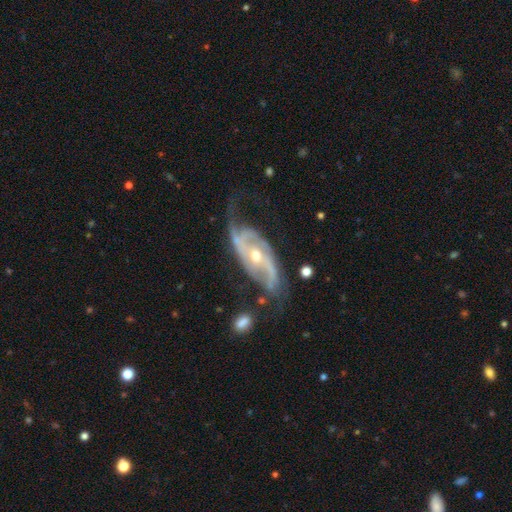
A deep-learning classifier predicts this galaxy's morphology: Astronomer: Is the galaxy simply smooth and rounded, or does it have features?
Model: featured or disk — 89%.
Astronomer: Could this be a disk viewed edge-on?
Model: no — 94%.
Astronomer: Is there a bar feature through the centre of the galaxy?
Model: no — 49% (runner-up: weak, 31%).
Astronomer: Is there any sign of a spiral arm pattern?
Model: yes — 96%.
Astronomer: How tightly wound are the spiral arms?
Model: medium — 44% (runner-up: loose, 31%).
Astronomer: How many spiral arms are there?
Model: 2 — 73%.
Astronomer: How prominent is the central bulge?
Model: moderate — 53% (runner-up: small, 43%).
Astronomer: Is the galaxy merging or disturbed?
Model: none — 55%.